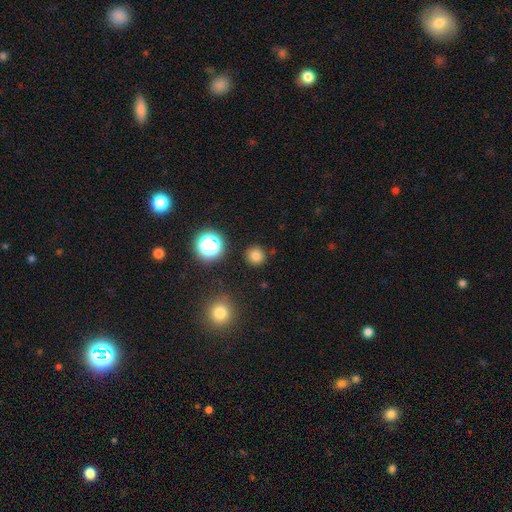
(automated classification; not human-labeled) This is likely a smooth galaxy (77%). How rounded: clearly round (94%). Merging: clearly none (90%).